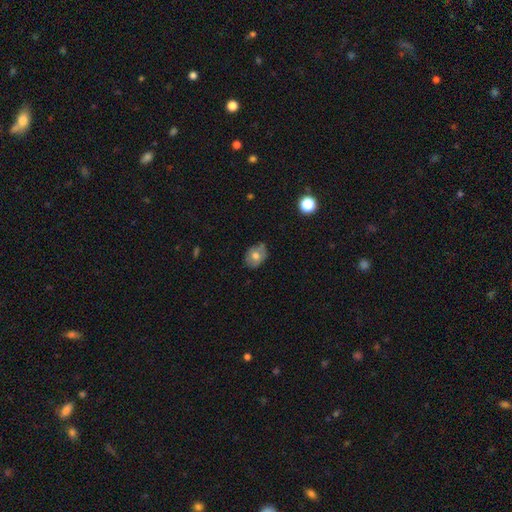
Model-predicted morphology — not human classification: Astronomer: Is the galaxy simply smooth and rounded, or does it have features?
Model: smooth — 66%.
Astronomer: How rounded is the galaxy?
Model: in between — 68%.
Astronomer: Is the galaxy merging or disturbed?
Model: none — 69%.